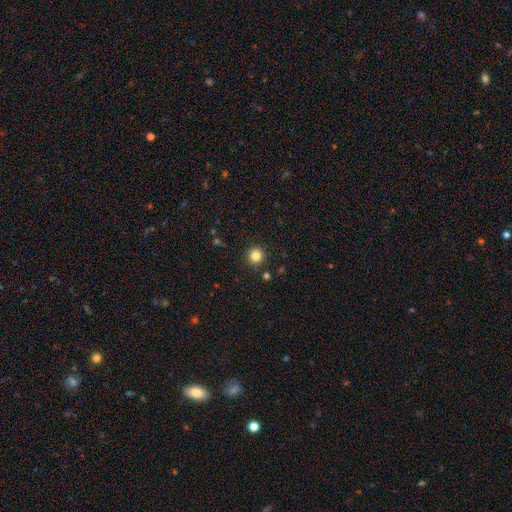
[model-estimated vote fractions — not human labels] Overall: smooth (82%). How rounded: round (95%). Merging: none (91%).